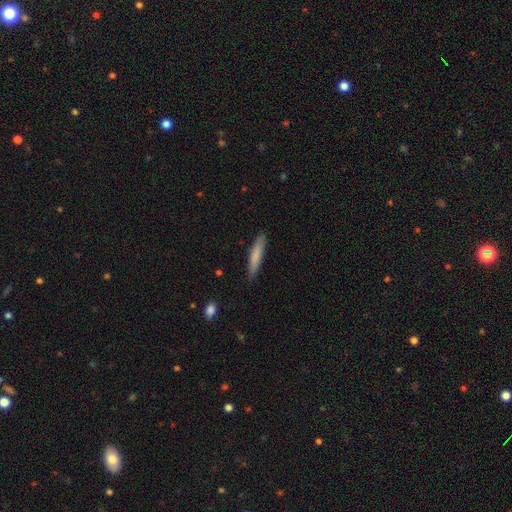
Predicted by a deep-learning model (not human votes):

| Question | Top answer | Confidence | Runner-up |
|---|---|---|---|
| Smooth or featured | smooth | 78% | featured or disk (17%) |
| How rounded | cigar-shaped | 90% | in between (8%) |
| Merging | none | 88% | minor disturbance (10%) |